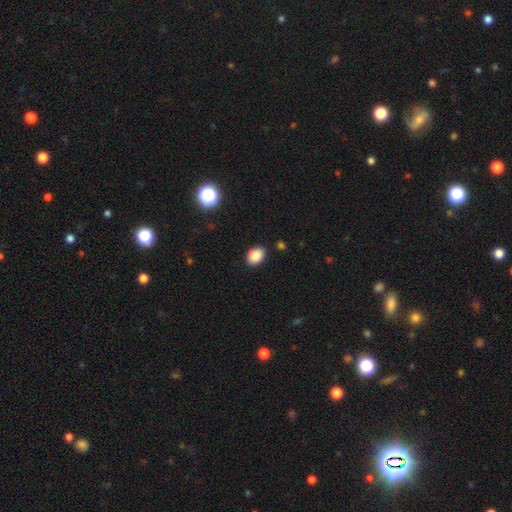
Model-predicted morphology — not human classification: This appears to be a smooth galaxy with no disk features (86%) that is in between round and cigar-shaped (67%). Merging: none (87%).